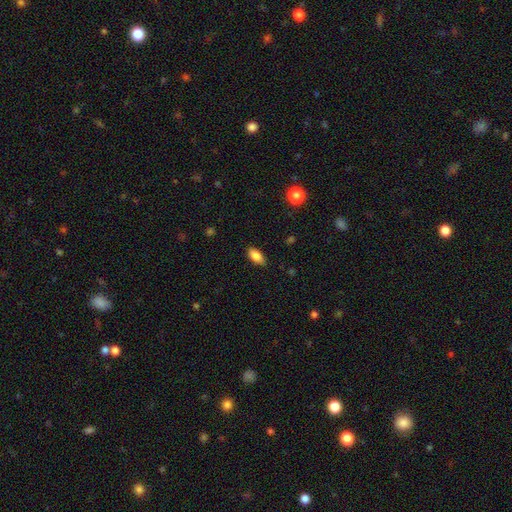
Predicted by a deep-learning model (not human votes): Smooth or featured? Predicted: smooth (p=0.85). How rounded? Predicted: in between (p=0.89). Merging? Predicted: none (p=0.84).